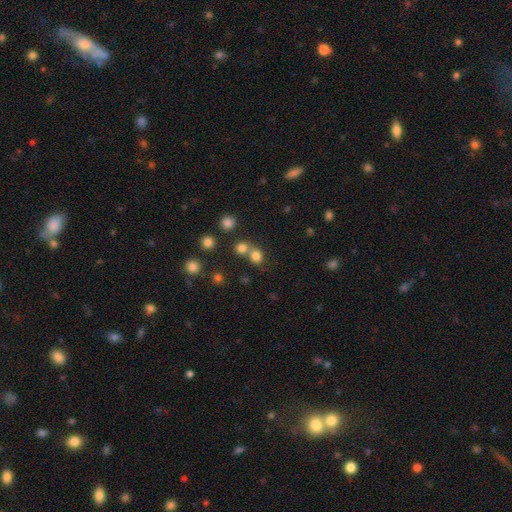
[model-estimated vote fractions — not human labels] This is likely a smooth galaxy (77%). How rounded: likely round (78%). Merging: possibly none (49%).